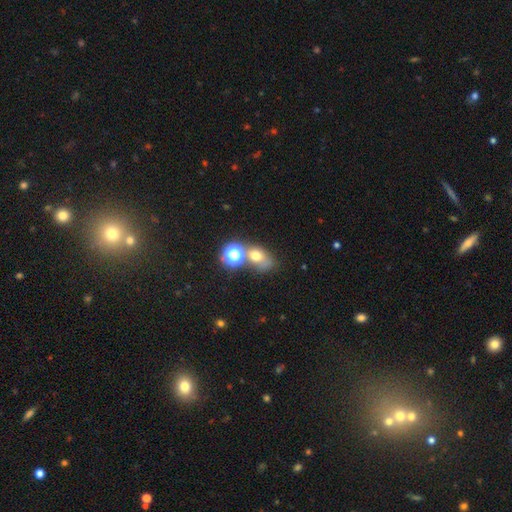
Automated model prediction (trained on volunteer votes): smooth-or-featured: smooth: 63% | star or artifact: 21% | featured or disk: 16%
  how-rounded: in between: 54% | round: 45% | cigar-shaped: 2%
  merging: none: 41% | merger: 33% | minor disturbance: 15% | major disturbance: 11%